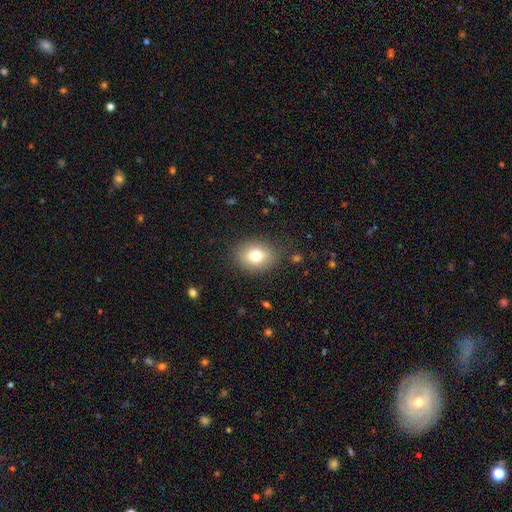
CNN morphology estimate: smooth_or_featured: smooth (p=0.76) [alt: featured or disk p=0.13]
how_rounded: in between (p=0.53) [alt: round p=0.46]
merging: none (p=0.85) [alt: minor disturbance p=0.11]